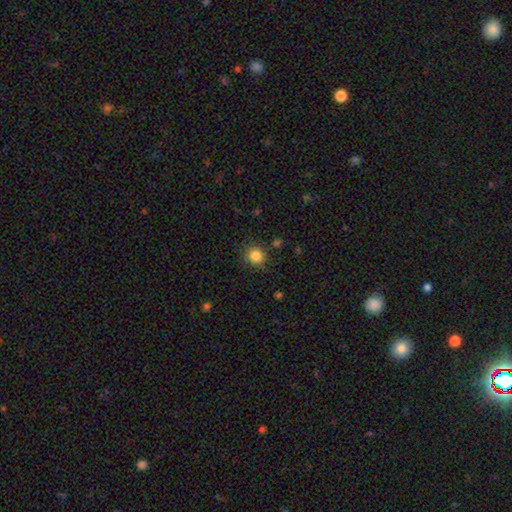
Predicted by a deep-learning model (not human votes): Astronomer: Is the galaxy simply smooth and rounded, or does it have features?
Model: smooth — 84%.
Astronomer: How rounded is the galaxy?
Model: round — 86%.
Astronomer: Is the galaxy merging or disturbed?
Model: none — 85%.